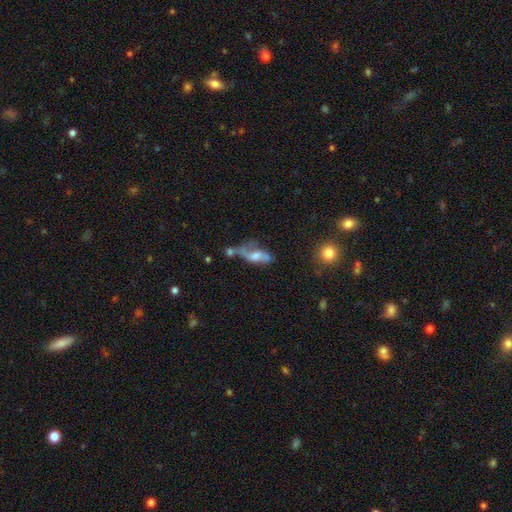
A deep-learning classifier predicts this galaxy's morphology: type=featured or disk (58%); edge-on=no (79%); merging=none (31%).